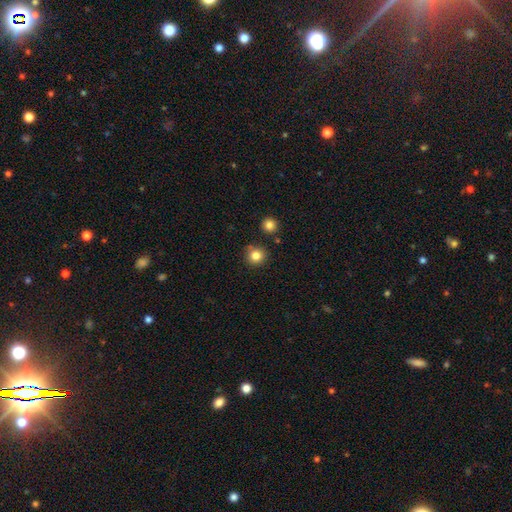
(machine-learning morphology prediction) Overall: smooth (83%). How rounded: round (92%). Merging: none (84%).